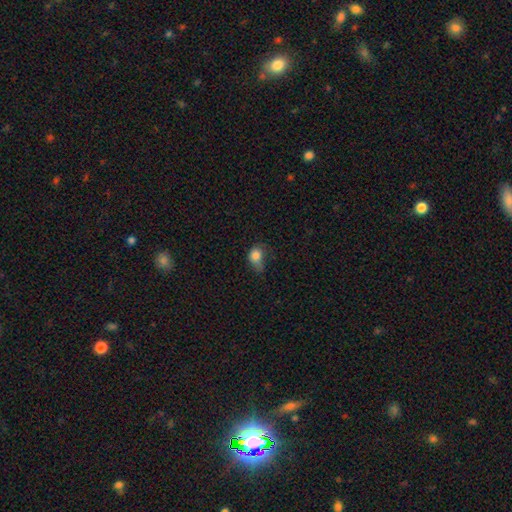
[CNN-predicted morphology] Smooth or featured? smooth (80%)
How rounded? in between (53%)
Merging? minor disturbance (38%)